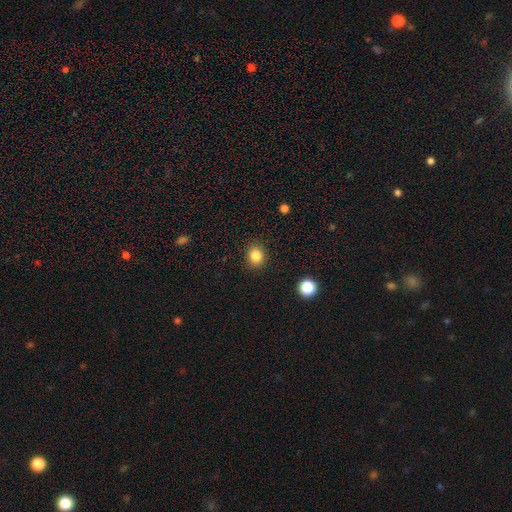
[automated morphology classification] type=smooth (84%); roundness=round (74%); merging=none (89%).